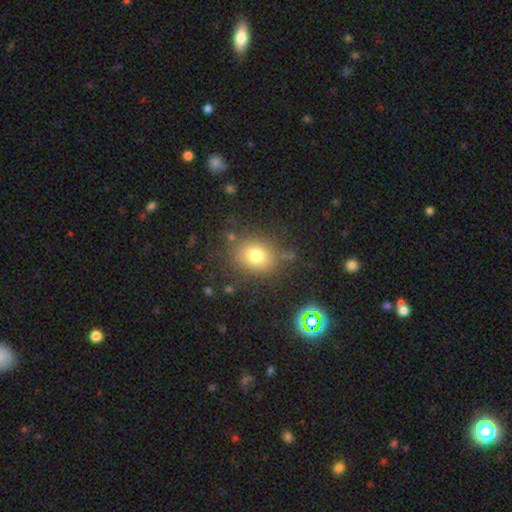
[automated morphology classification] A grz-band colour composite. It shows a smooth galaxy with no disk features (75%) that is round (59%). Merging: none (79%).